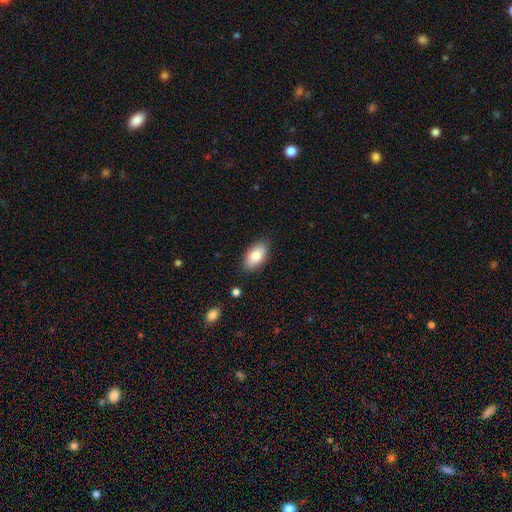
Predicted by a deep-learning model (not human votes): smooth-or-featured: smooth: 84% | featured or disk: 10% | star or artifact: 6%
  how-rounded: in between: 94% | round: 4% | cigar-shaped: 2%
  merging: none: 84% | minor disturbance: 12% | major disturbance: 3% | merger: 1%